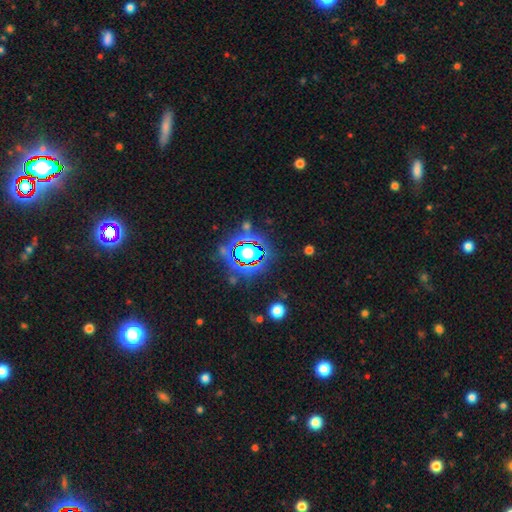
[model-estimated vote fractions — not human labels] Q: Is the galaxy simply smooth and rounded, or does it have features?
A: star or artifact — 80%.